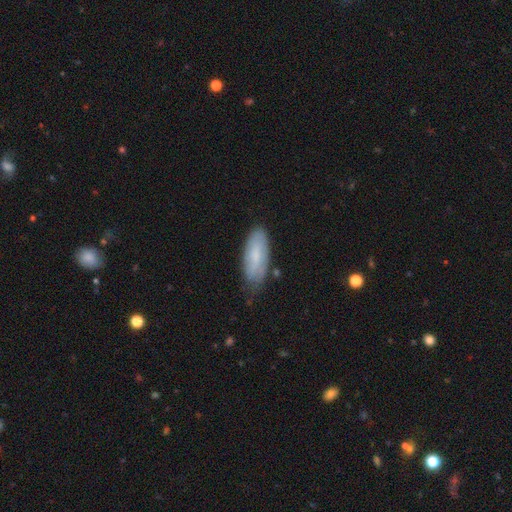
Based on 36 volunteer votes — Morphology: type=smooth (78%); roundness=in between (57%); merging=none (71%).